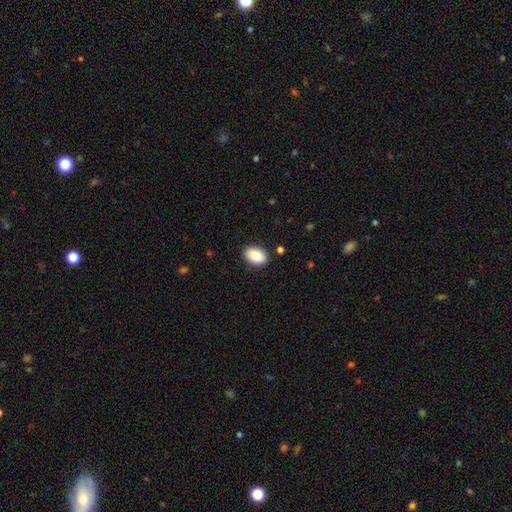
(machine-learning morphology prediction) smooth 89%, star or artifact 7%, featured or disk 4%. Down the decision tree: how rounded — in between (91%); merging — none (88%).